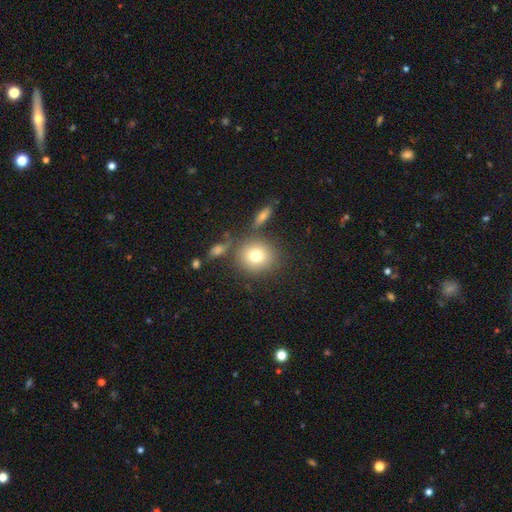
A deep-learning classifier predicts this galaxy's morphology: Smooth or featured? smooth (76%)
How rounded? round (84%)
Merging? none (75%)